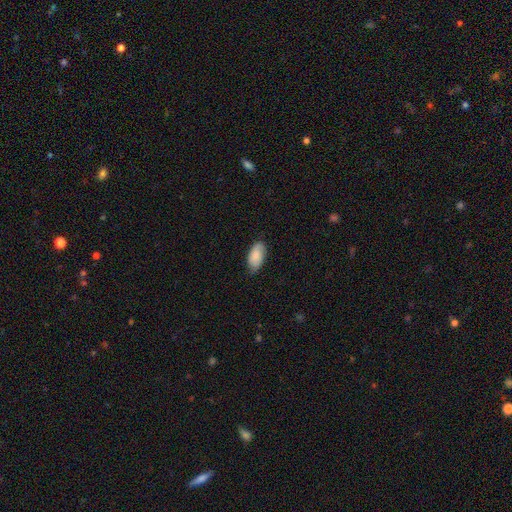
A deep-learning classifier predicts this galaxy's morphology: type=smooth (84%); roundness=in between (94%); merging=none (77%).